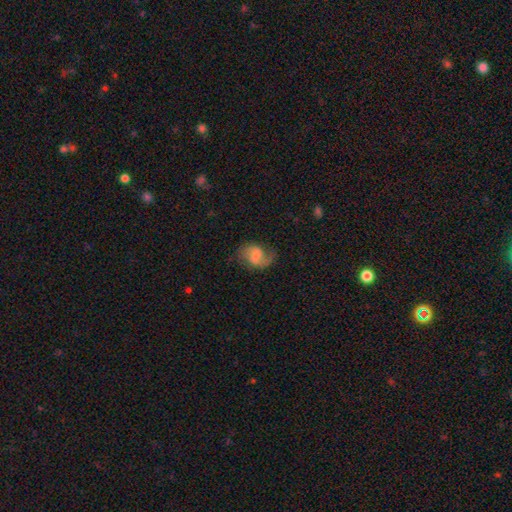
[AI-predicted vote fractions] Smooth or featured? featured or disk (70%)
Edge-on disk? no (98%)
Bar? weak (55%)
Spiral arms? yes (93%)
Spiral winding? medium (45%)
Spiral arm count? 2 (77%)
Bulge size? none (33%)
Merging? none (65%)